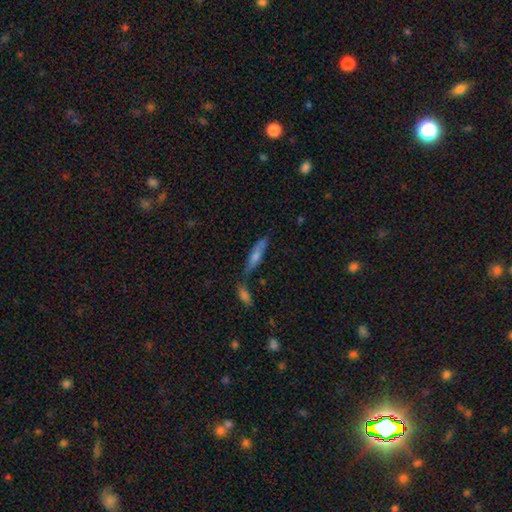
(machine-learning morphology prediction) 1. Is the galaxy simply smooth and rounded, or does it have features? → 48% featured or disk, 38% smooth, 14% star or artifact.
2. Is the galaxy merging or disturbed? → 71% none, 14% minor disturbance, 11% merger, 5% major disturbance.